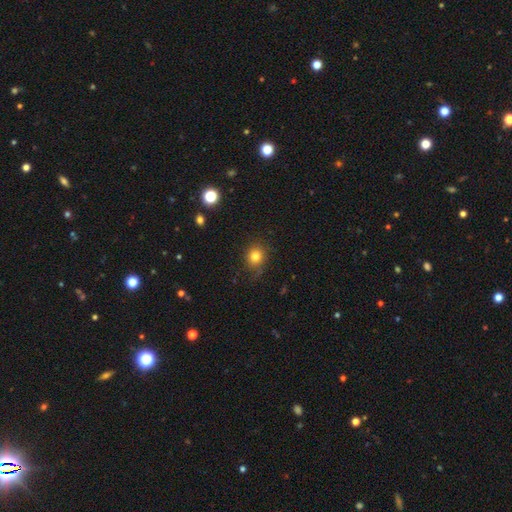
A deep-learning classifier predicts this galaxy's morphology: smooth-or-featured: smooth: 80% | star or artifact: 13% | featured or disk: 7%
  how-rounded: round: 78% | in between: 21% | cigar-shaped: 1%
  merging: none: 78% | minor disturbance: 16% | major disturbance: 5% | merger: 2%